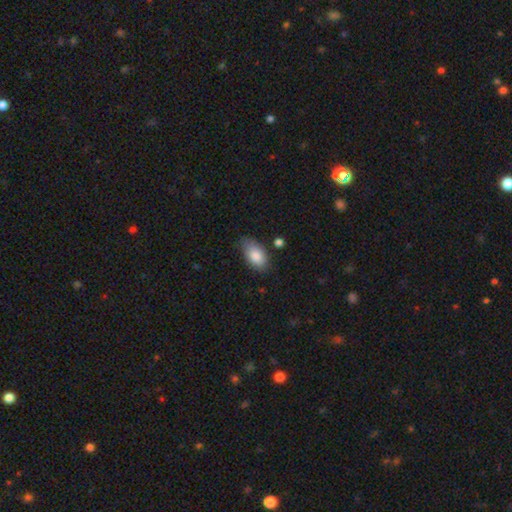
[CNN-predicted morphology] type=smooth (85%); roundness=in between (93%); merging=none (71%).